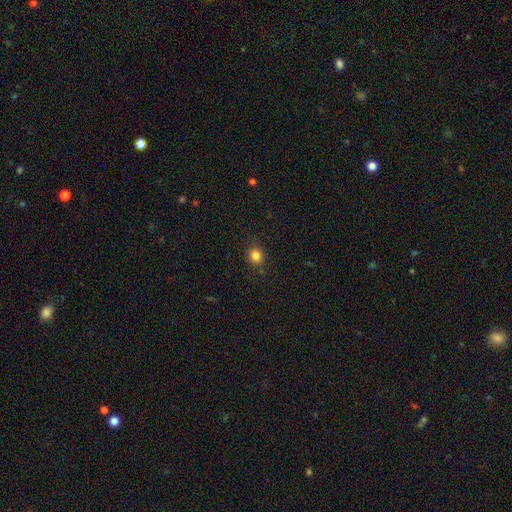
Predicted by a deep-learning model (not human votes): smooth 83%, star or artifact 12%, featured or disk 5%. Down the decision tree: how rounded — round (84%); merging — none (86%).